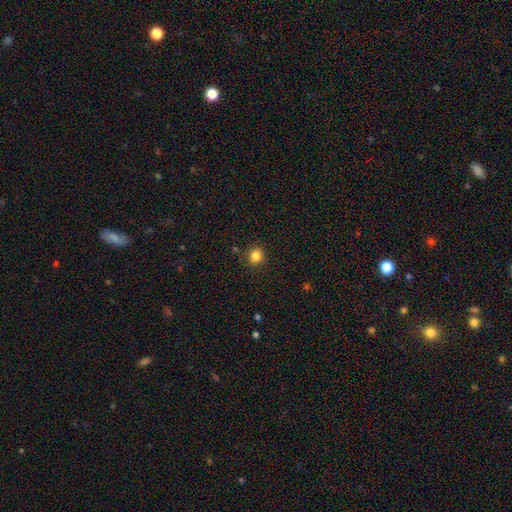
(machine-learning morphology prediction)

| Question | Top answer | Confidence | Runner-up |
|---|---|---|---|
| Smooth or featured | smooth | 84% | star or artifact (12%) |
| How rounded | round | 84% | in between (16%) |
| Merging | none | 89% | minor disturbance (7%) |